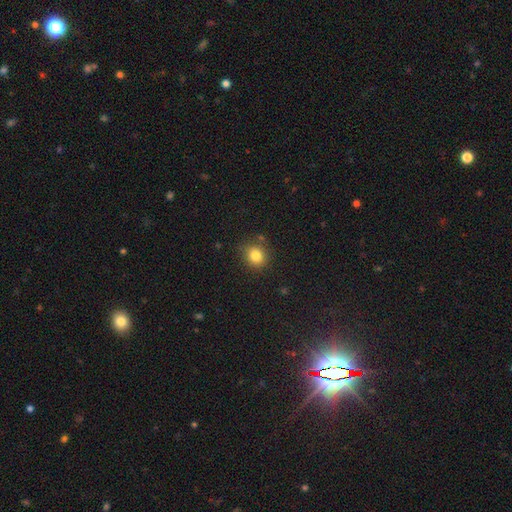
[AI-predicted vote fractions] Smooth or featured? smooth (83%)
How rounded? round (79%)
Merging? none (81%)